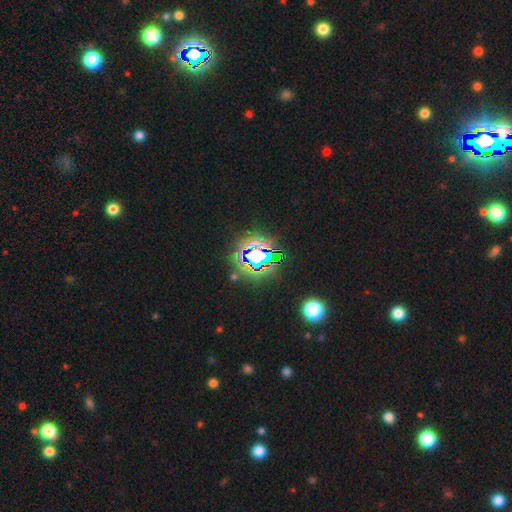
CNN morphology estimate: Q: Smooth or featured?
A: star or artifact (80%); runner-up: smooth (13%)